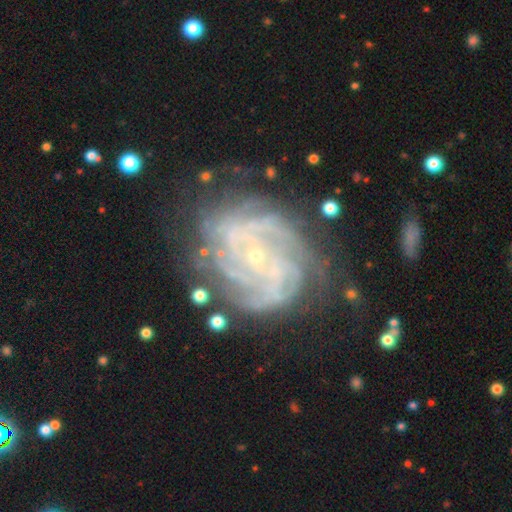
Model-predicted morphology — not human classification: featured or disk 88%, star or artifact 7%, smooth 5%. Down the decision tree: edge-on disk — no (97%); bar — no (65%); spiral arms — yes (97%); spiral arm count — can't tell (25%); spiral winding — tight (70%); bulge size — small (84%); merging — none (70%).